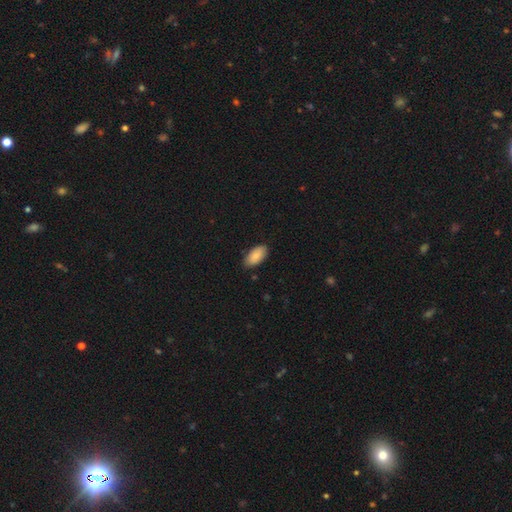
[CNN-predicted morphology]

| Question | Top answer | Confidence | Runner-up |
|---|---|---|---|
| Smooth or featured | smooth | 84% | featured or disk (9%) |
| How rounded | in between | 94% | cigar-shaped (3%) |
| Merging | none | 83% | minor disturbance (14%) |